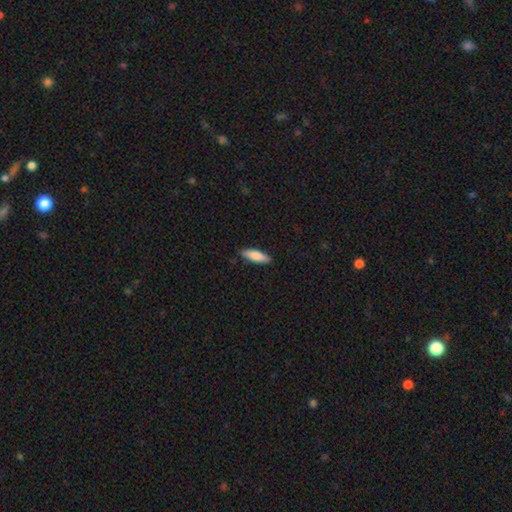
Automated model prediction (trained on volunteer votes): Morphology: type=smooth (82%); roundness=cigar-shaped (53%); merging=none (87%).